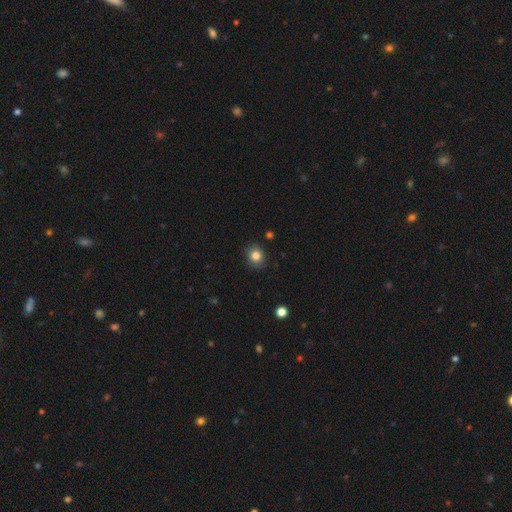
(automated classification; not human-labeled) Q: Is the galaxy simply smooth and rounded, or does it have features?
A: smooth — 84%.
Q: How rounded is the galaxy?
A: round — 73%.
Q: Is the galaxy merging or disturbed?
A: none — 86%.